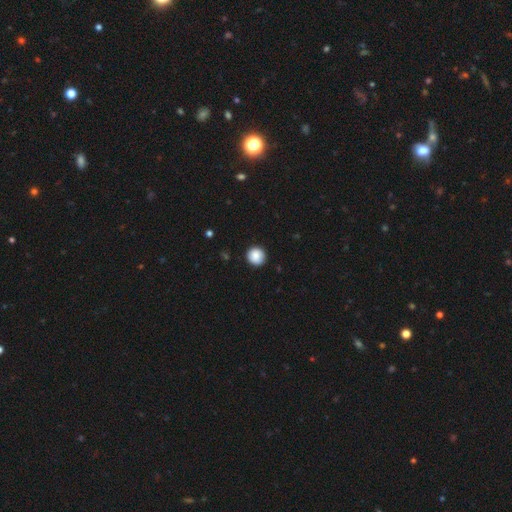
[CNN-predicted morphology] smooth-or-featured: smooth: 87% | star or artifact: 8% | featured or disk: 5%
  how-rounded: round: 94% | in between: 6% | cigar-shaped: 1%
  merging: none: 90% | minor disturbance: 7% | major disturbance: 2% | merger: 1%